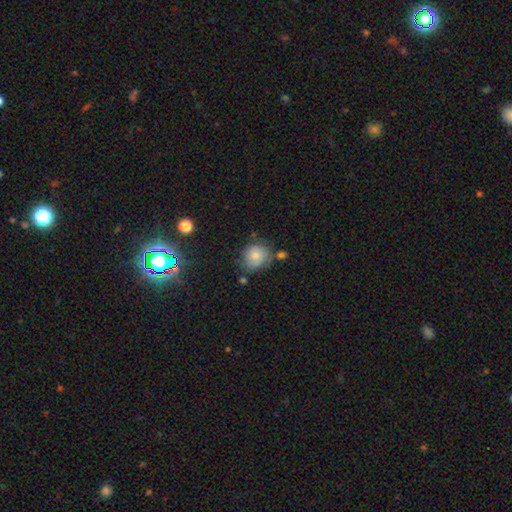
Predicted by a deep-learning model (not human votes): This appears to be a smooth galaxy with no disk features (76%) that is round (80%). Merging: none (59%).